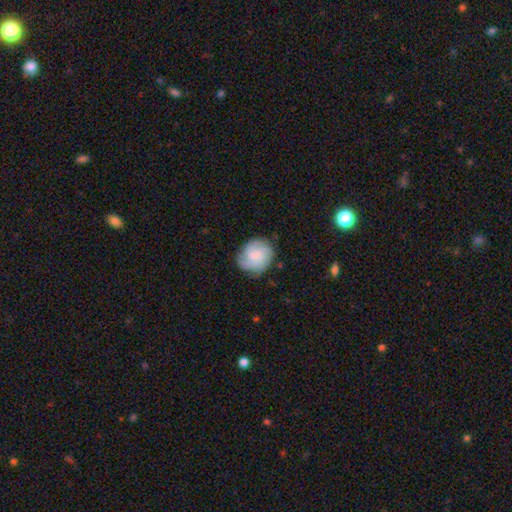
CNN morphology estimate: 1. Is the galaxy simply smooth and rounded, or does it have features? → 55% smooth, 38% featured or disk, 7% star or artifact.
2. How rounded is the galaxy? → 72% round, 27% in between, 1% cigar-shaped.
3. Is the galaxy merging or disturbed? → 72% none, 20% minor disturbance, 6% major disturbance, 1% merger.